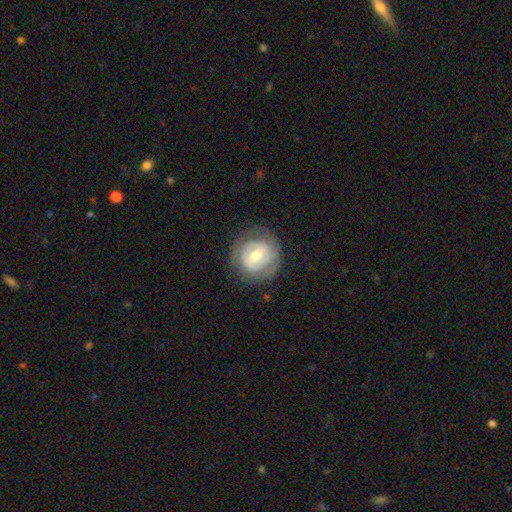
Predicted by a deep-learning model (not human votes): A featured or disk galaxy (59%) with a weak bar (47%), no spiral arms (52%) and a moderate central bulge (69%).

Vote fractions:
- Smooth or featured? featured or disk: 59% / smooth: 35% / star or artifact: 6%
- Edge-on disk? no: 96% / yes: 4%
- Bar? weak: 47% / no: 32% / strong: 22%
- Spiral arms? no: 52% / yes: 48%
- Bulge size? moderate: 69% / small: 23% / large: 6% / none: 1% / dominant: 1%
- Merging? none: 76% / minor disturbance: 16% / major disturbance: 7% / merger: 1%